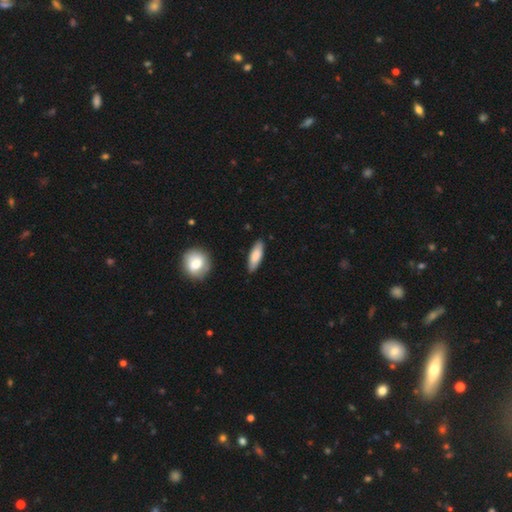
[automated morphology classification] smooth-or-featured: smooth: 82% | featured or disk: 12% | star or artifact: 6%
  how-rounded: in between: 58% | cigar-shaped: 39% | round: 2%
  merging: none: 85% | minor disturbance: 11% | major disturbance: 2% | merger: 2%